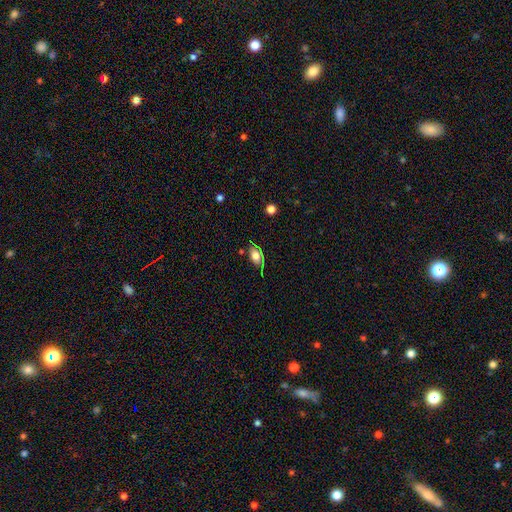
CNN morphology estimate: Smooth or featured? Predicted: smooth (p=0.63). How rounded? Predicted: in between (p=0.84). Merging? Predicted: none (p=0.66).